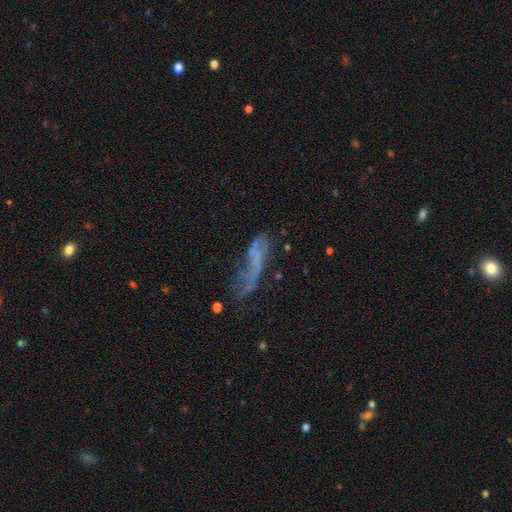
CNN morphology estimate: Smooth or featured? featured or disk (52%)
Edge-on disk? no (77%)
Merging? none (37%)